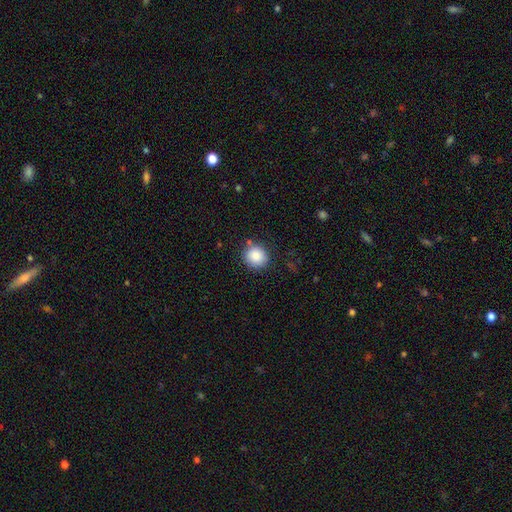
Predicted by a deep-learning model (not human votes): Smooth or featured?
  - smooth: 86% *
  - star or artifact: 9%
  - featured or disk: 5%
How rounded?
  - round: 89% *
  - in between: 10%
  - cigar-shaped: 1%
Merging?
  - none: 84% *
  - minor disturbance: 10%
  - major disturbance: 3%
  - merger: 3%